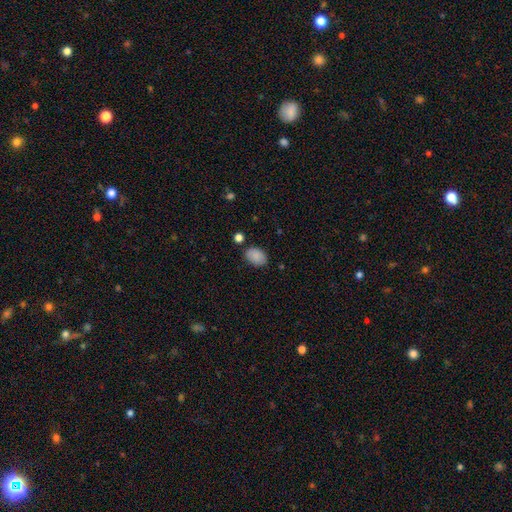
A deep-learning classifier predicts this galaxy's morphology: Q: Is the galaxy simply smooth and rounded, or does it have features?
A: smooth — 87%.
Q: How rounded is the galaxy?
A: in between — 82%.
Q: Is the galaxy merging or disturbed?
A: none — 77%.